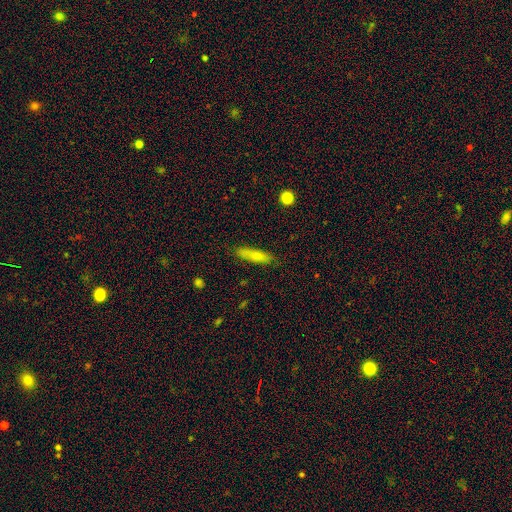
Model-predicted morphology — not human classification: smooth_or_featured: smooth (p=0.77) [alt: featured or disk p=0.16]
how_rounded: cigar-shaped (p=0.73) [alt: in between p=0.25]
merging: none (p=0.83) [alt: minor disturbance p=0.13]